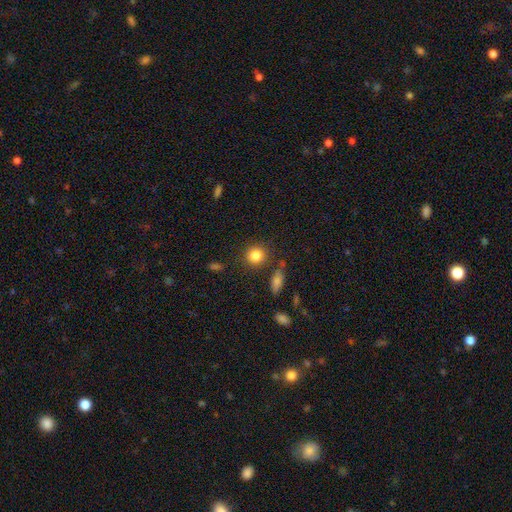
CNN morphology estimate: This is clearly a smooth galaxy (84%). How rounded: clearly round (87%). Merging: clearly none (83%).